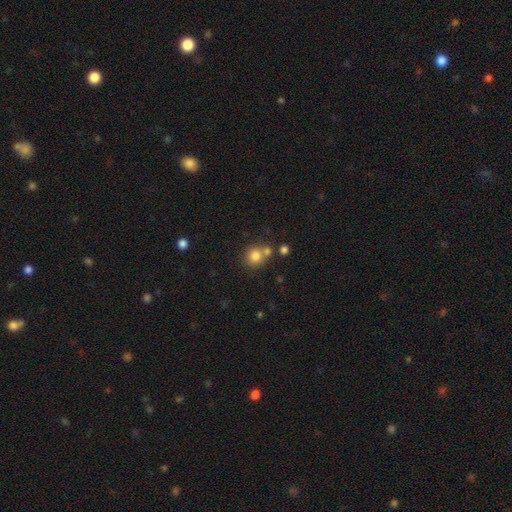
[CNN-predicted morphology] Overall: smooth (80%). How rounded: round (89%). Merging: none (60%; merger 28%).